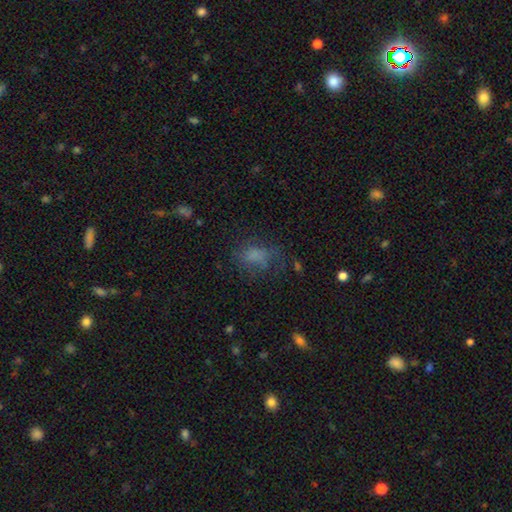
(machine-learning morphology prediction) A smooth galaxy with no disk features (65%) that is in between round and cigar-shaped (75%). Merging: none (49%).